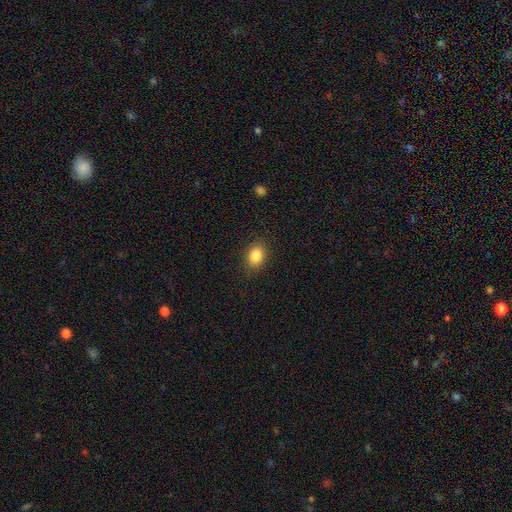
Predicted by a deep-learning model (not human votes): The model was most divided on "how rounded": in between: 69%, round: 29%, cigar-shaped: 1%. More confident: merging — none (86%); smooth or featured — smooth (85%).